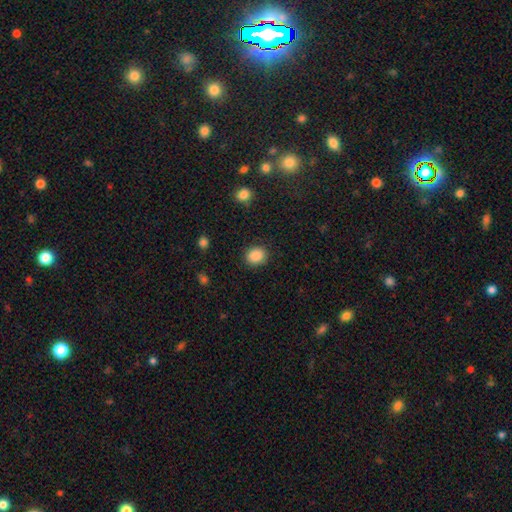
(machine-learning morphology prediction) This is clearly a smooth galaxy (88%). How rounded: likely round (72%). Merging: clearly none (89%).